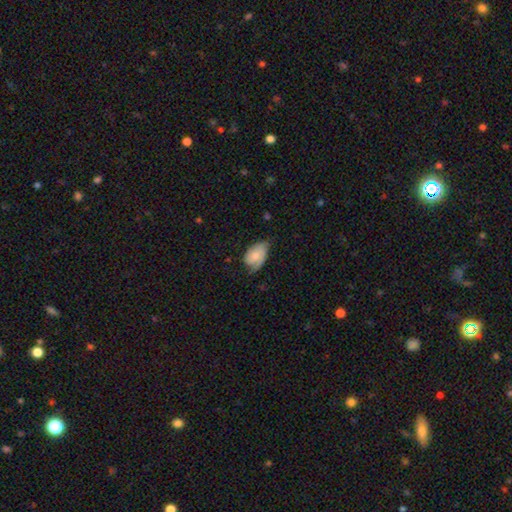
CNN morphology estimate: Smooth or featured? smooth (63%)
How rounded? in between (87%)
Merging? minor disturbance (43%)